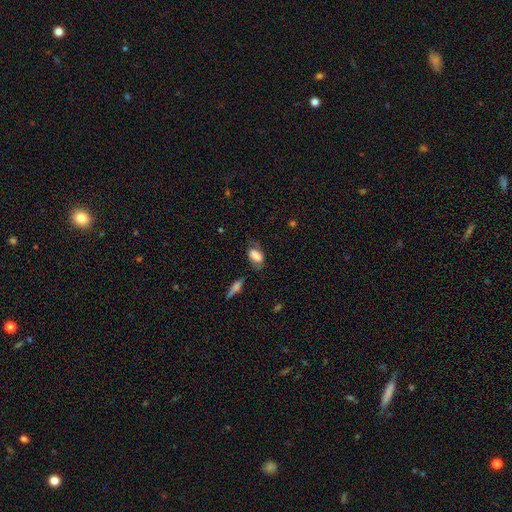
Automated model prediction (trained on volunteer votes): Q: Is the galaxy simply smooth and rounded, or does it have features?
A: smooth — 72%.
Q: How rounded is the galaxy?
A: in between — 88%.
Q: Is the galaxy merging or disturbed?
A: none — 58%.